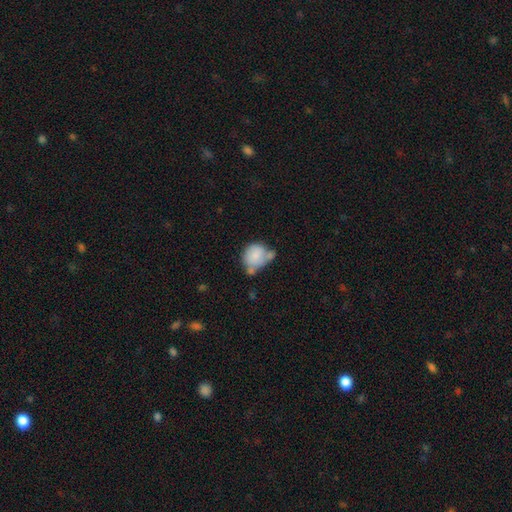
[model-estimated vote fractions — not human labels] Smooth or featured: smooth — 76% (featured or disk — 16%)
How rounded: round — 68% (in between — 31%)
Merging: none — 32% (merger — 31%)